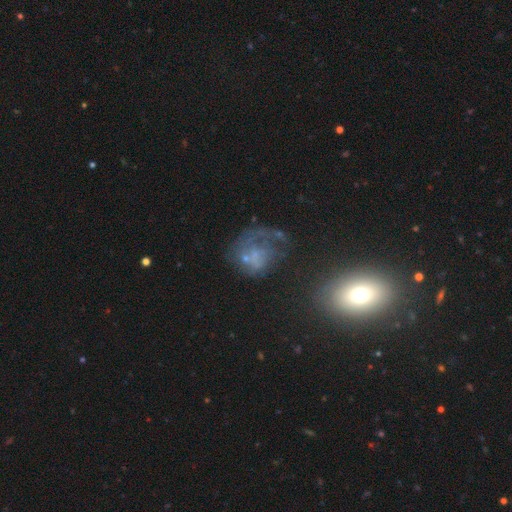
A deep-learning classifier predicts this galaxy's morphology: A featured or disk galaxy (56%) with no bar (82%), no spiral arms (52%) and no central bulge (49%). Merging: major disturbance (39%).